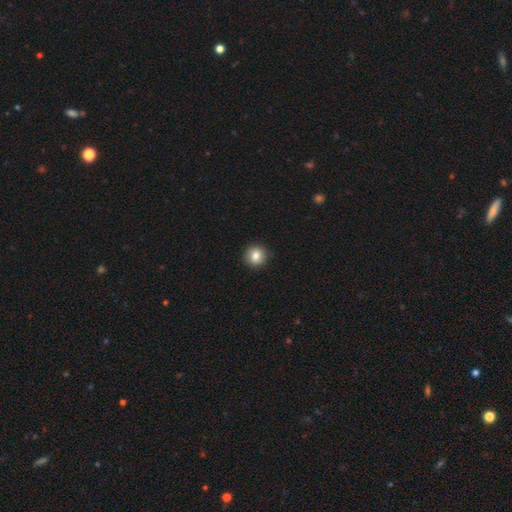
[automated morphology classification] smooth-or-featured: smooth: 82% | star or artifact: 10% | featured or disk: 9%
  how-rounded: round: 93% | in between: 6% | cigar-shaped: 1%
  merging: none: 92% | minor disturbance: 6% | major disturbance: 2% | merger: 1%